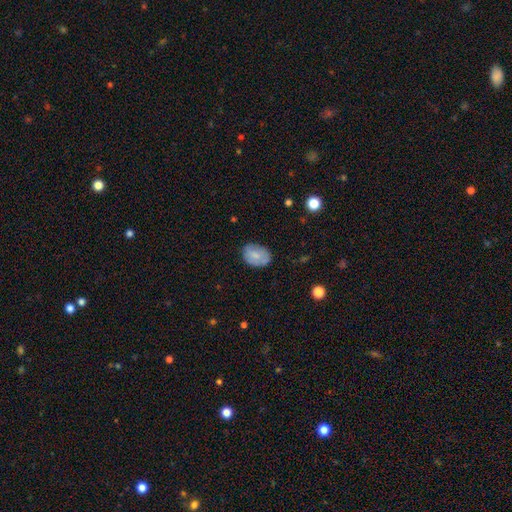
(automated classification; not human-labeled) This appears to be a smooth galaxy with no disk features (75%) that is in between round and cigar-shaped (77%). Merging: none (75%).